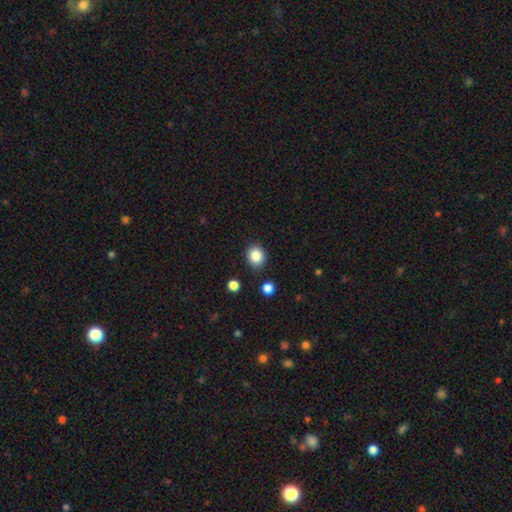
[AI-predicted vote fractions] Overall: smooth (86%). How rounded: round (64%; in between 35%). Merging: none (86%).